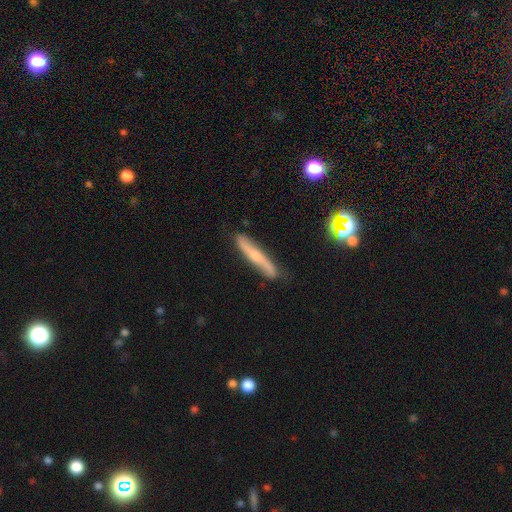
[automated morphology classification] Smooth or featured? Predicted: featured or disk (p=0.59). Edge-on disk? Predicted: yes (p=0.72). Merging? Predicted: none (p=0.81).